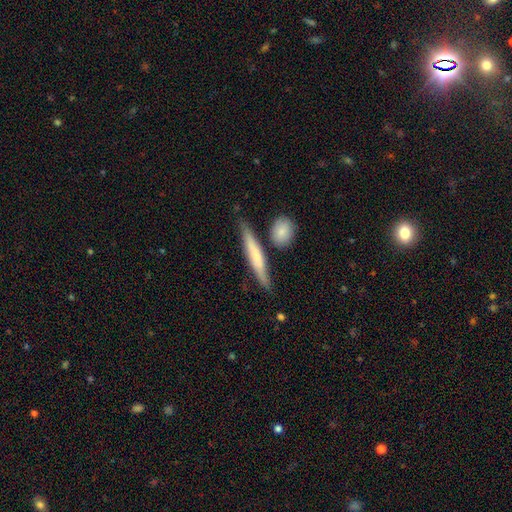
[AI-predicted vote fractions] A smooth galaxy with no disk features (52%) that is cigar-shaped (91%).

Vote fractions:
- Smooth or featured? smooth: 52% / featured or disk: 43% / star or artifact: 5%
- How rounded? cigar-shaped: 91% / in between: 7% / round: 2%
- Merging? none: 77% / minor disturbance: 13% / merger: 7% / major disturbance: 3%